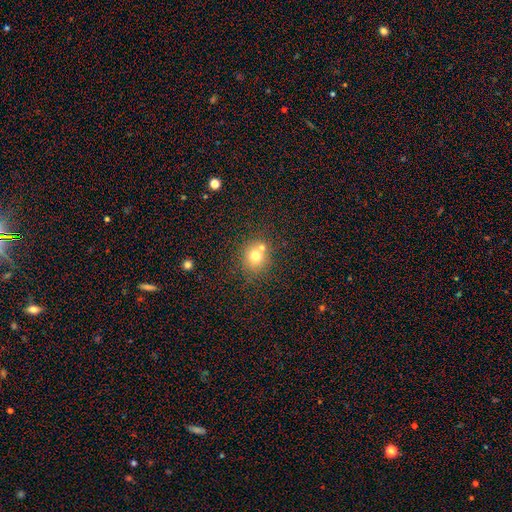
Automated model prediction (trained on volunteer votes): Smooth or featured? smooth (73%)
How rounded? round (82%)
Merging? none (55%)